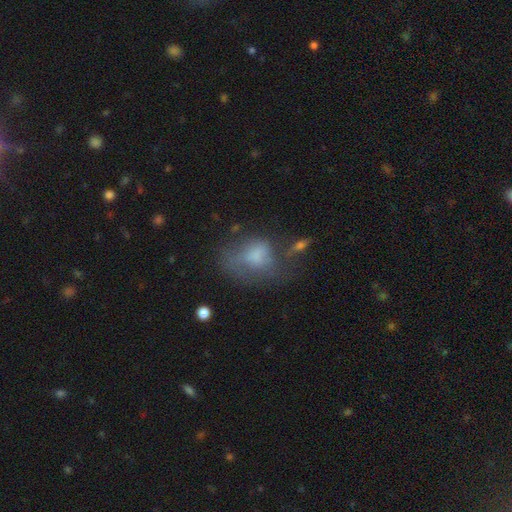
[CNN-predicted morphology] The model was most divided on "merging" (2-way tie): major disturbance: 32%, none: 32%, minor disturbance: 26%, merger: 10%. More confident: how rounded — in between (64%); smooth or featured — smooth (62%).